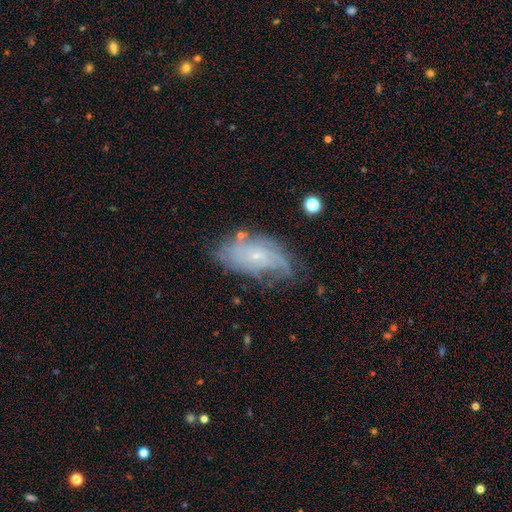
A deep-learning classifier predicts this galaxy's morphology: Smooth or featured: featured or disk — 67% (smooth — 25%)
Edge-on disk: no — 93% (yes — 7%)
Bar: no — 76% (weak — 21%)
Spiral arms: yes — 82% (no — 18%)
Spiral winding: tight — 54% (medium — 30%)
Spiral arm count: can't tell — 57% (2 — 16%)
Bulge size: small — 82% (moderate — 12%)
Merging: none — 56% (minor disturbance — 27%)